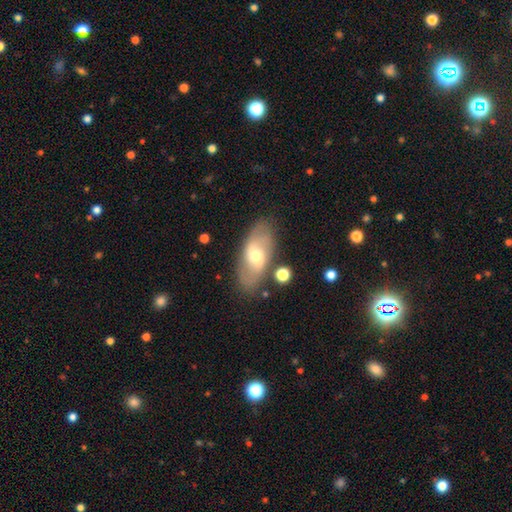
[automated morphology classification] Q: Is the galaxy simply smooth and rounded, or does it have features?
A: featured or disk — 53%.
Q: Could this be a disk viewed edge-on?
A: no — 88%.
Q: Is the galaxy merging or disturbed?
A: none — 78%.